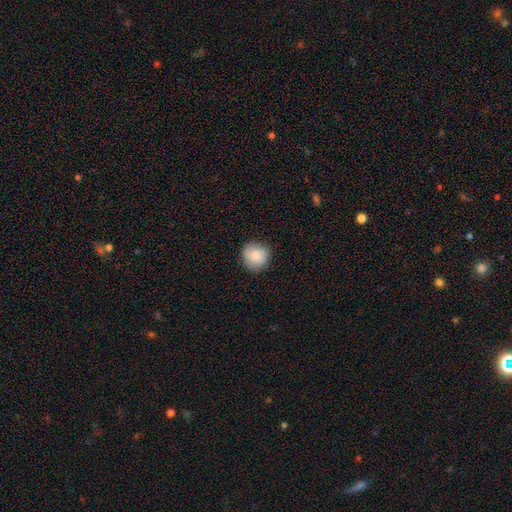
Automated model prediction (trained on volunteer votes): Q: Smooth or featured?
A: smooth (79%); runner-up: featured or disk (13%)
Q: How rounded?
A: round (91%); runner-up: in between (8%)
Q: Merging?
A: none (83%); runner-up: minor disturbance (13%)